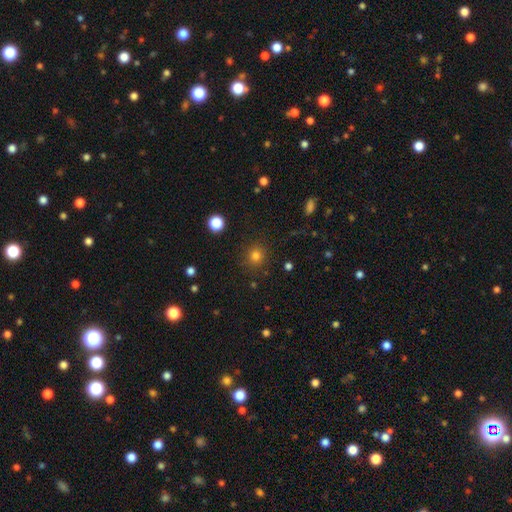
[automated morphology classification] smooth_or_featured: smooth (p=0.80) [alt: star or artifact p=0.15]
how_rounded: round (p=0.90) [alt: in between p=0.09]
merging: none (p=0.87) [alt: minor disturbance p=0.08]